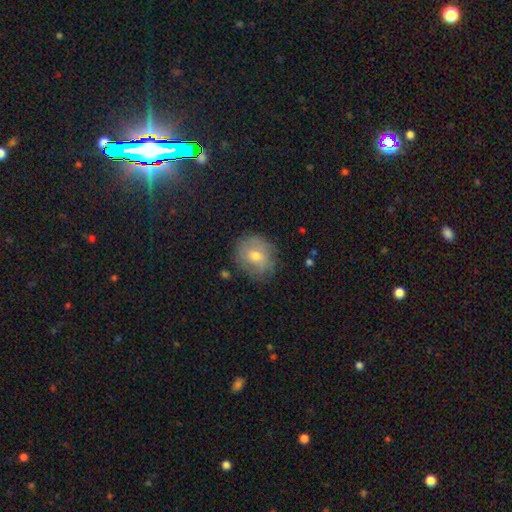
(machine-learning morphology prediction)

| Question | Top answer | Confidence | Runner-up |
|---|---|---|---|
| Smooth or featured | smooth | 59% | featured or disk (31%) |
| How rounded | round | 72% | in between (27%) |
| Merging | none | 74% | minor disturbance (18%) |